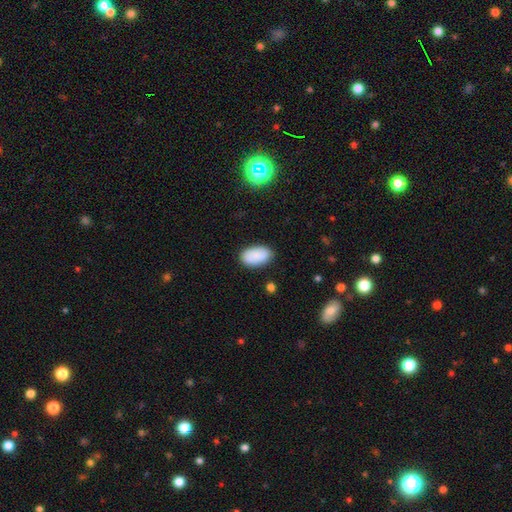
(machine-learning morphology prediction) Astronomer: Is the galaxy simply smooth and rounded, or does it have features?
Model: smooth — 87%.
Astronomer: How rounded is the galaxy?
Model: in between — 94%.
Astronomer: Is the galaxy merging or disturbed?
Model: none — 84%.